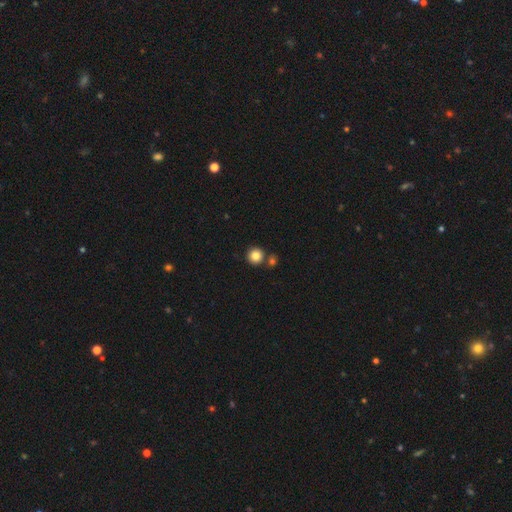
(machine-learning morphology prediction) This is clearly a smooth galaxy (84%). How rounded: clearly round (93%). Merging: likely none (77%).